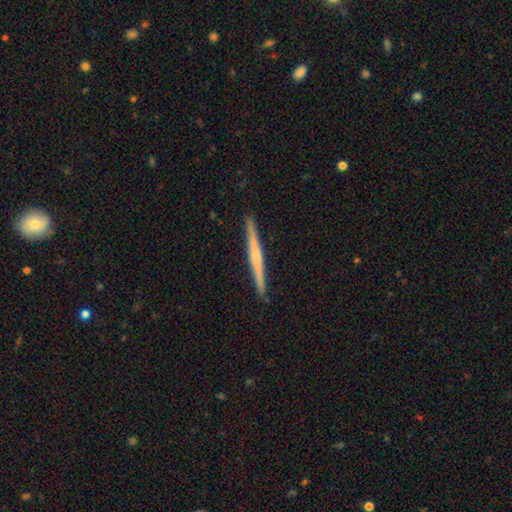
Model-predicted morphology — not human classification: Smooth or featured? featured or disk (56%)
Edge-on disk? yes (98%)
Edge-on bulge? none (55%)
Merging? none (91%)